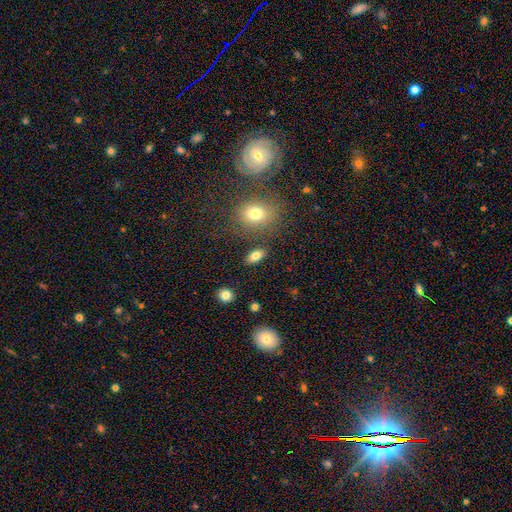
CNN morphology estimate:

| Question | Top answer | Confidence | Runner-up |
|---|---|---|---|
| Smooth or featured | smooth | 79% | featured or disk (11%) |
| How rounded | in between | 87% | round (7%) |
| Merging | none | 85% | minor disturbance (9%) |